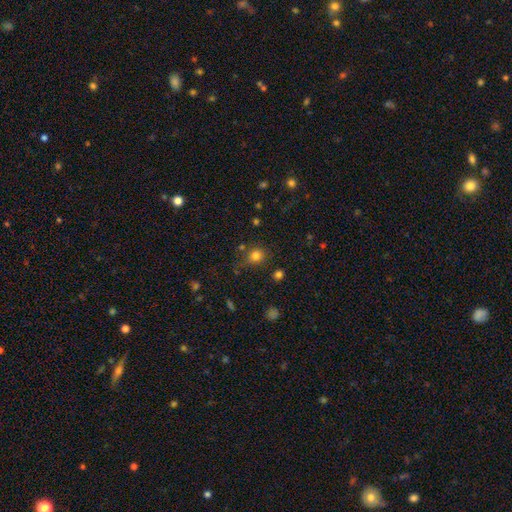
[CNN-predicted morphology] smooth 78%, star or artifact 16%, featured or disk 6%. Down the decision tree: how rounded — round (82%); merging — none (72%).